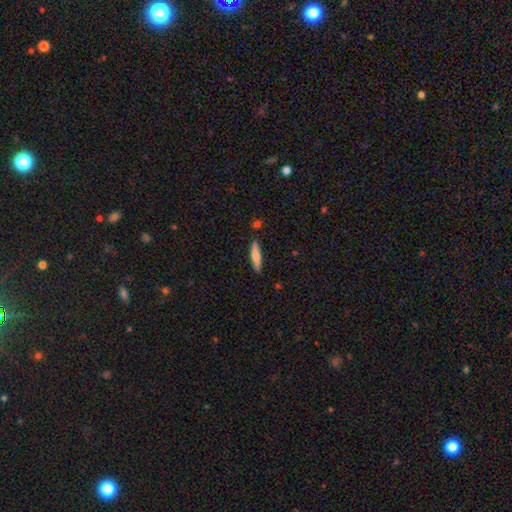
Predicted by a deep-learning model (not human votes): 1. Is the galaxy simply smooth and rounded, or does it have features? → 68% smooth, 26% featured or disk, 6% star or artifact.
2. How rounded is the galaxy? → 81% cigar-shaped, 17% in between, 2% round.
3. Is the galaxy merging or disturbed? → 87% none, 9% minor disturbance, 3% merger, 2% major disturbance.